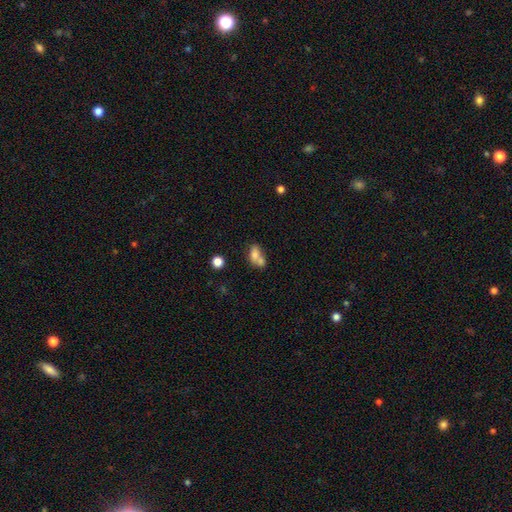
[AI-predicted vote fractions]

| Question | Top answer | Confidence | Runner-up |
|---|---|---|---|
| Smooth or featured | smooth | 71% | featured or disk (19%) |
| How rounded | in between | 72% | round (23%) |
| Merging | merger | 60% | none (26%) |